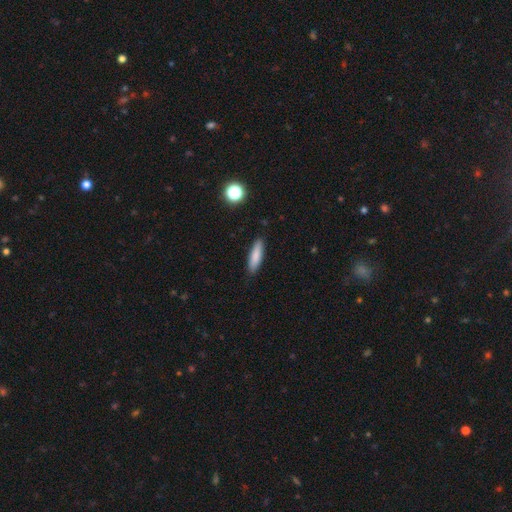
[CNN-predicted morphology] smooth 84%, featured or disk 10%, star or artifact 7%. Down the decision tree: how rounded — cigar-shaped (64%); merging — none (88%).